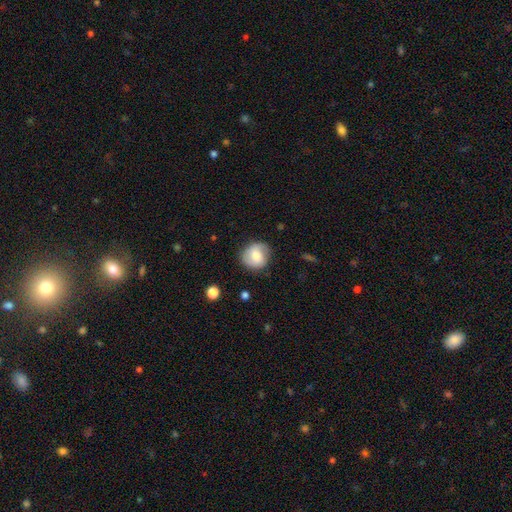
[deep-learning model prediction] smooth_or_featured: smooth (p=0.62) [alt: featured or disk p=0.30]
how_rounded: round (p=0.85) [alt: in between p=0.14]
merging: none (p=0.77) [alt: minor disturbance p=0.17]